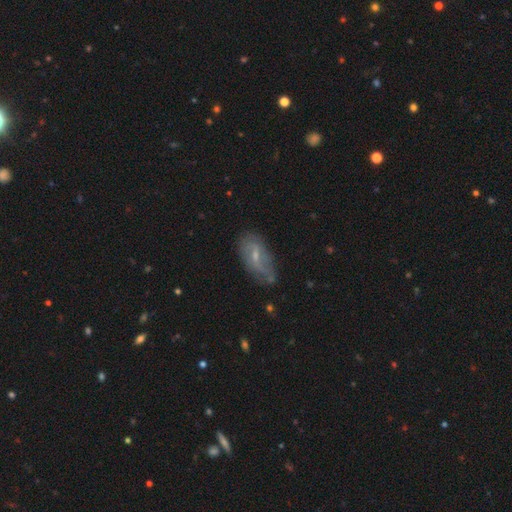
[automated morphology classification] smooth-or-featured: featured or disk: 57% | smooth: 35% | star or artifact: 8%
  disk-edge-on: no: 91% | yes: 9%
    bar: weak: 54% | no: 32% | strong: 14%
    has-spiral-arms: yes: 67% | no: 33%
    bulge-size: small: 60% | moderate: 31% | none: 7% | large: 1% | dominant: 1%
  merging: none: 56% | minor disturbance: 30% | major disturbance: 11% | merger: 3%